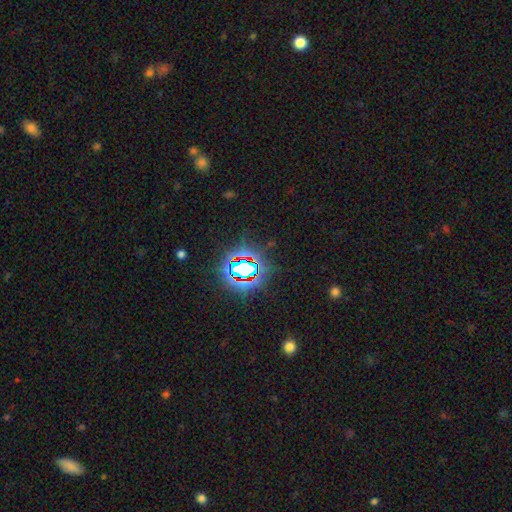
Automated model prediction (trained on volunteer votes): This appears to be a star or artifact, not a galaxy (77%).